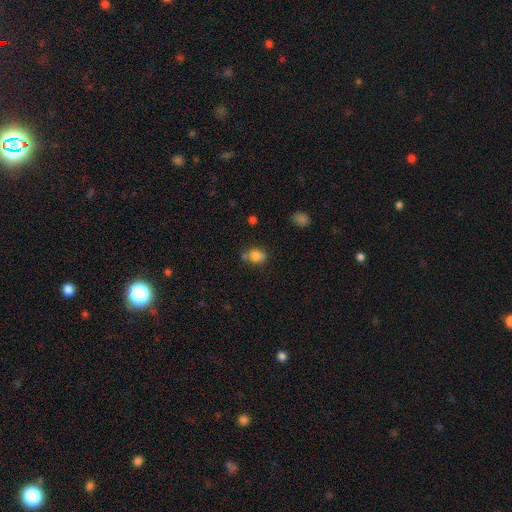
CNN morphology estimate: Overall: smooth (78%). How rounded: round (51%; in between 48%). Merging: none (53%; merger 21%).